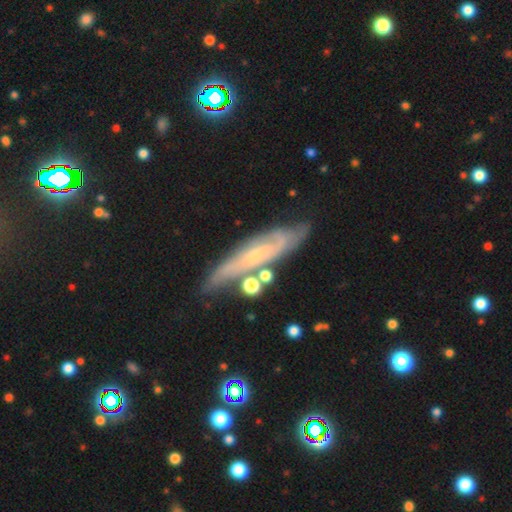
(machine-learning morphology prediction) A featured or disk galaxy (71%). Merging: none (71%).